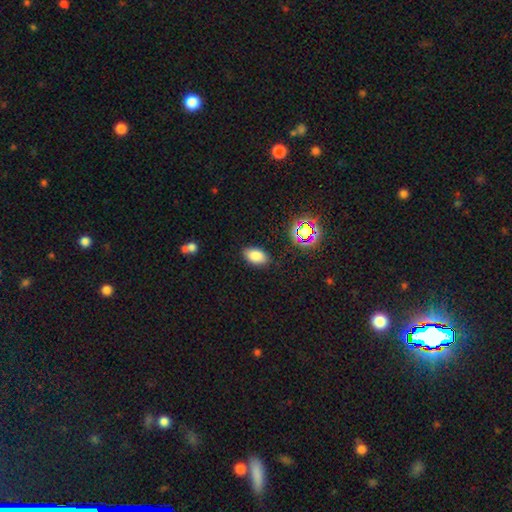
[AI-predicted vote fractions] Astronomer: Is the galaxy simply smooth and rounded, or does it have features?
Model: smooth — 81%.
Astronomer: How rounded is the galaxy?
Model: in between — 91%.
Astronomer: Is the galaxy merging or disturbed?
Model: none — 85%.